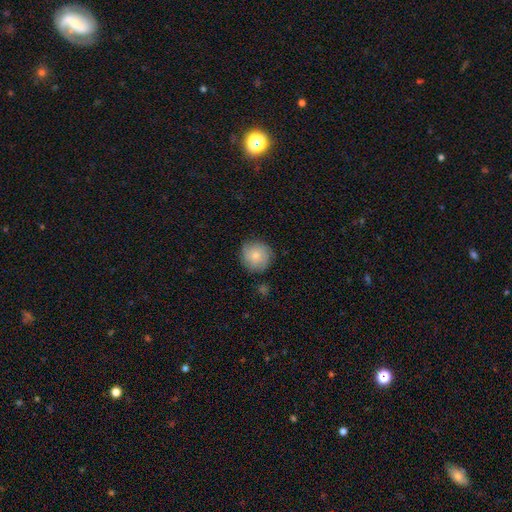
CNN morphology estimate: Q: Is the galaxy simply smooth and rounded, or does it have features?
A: smooth — 68%.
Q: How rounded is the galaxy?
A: round — 92%.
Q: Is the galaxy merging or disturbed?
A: none — 82%.